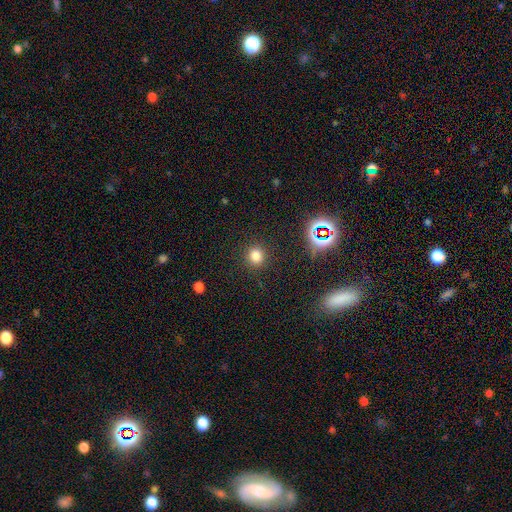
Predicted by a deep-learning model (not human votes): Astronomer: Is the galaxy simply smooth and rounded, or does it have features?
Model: smooth — 78%.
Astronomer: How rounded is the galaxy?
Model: round — 88%.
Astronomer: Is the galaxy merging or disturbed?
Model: none — 89%.